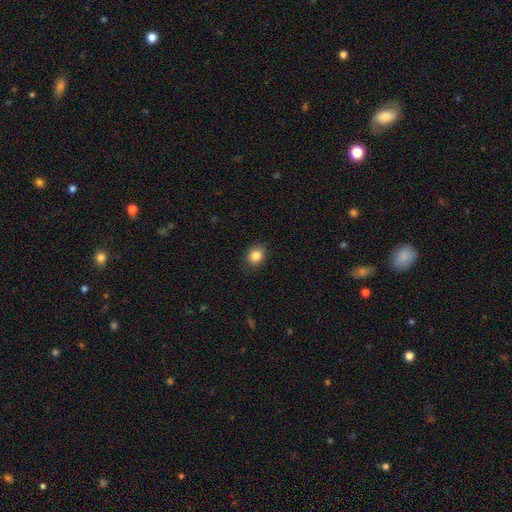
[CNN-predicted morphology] smooth 85%, star or artifact 9%, featured or disk 5%. Down the decision tree: how rounded — in between (51%); merging — none (87%).